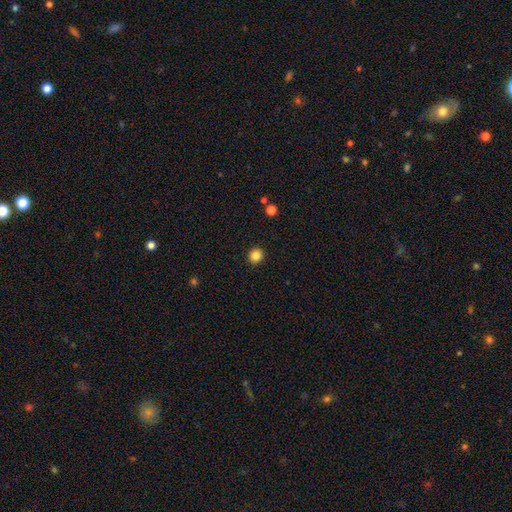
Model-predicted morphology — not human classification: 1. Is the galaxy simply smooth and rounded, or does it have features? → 85% smooth, 11% star or artifact, 4% featured or disk.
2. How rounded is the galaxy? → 89% round, 10% in between, 1% cigar-shaped.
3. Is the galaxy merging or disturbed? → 93% none, 5% minor disturbance, 2% major disturbance, 1% merger.